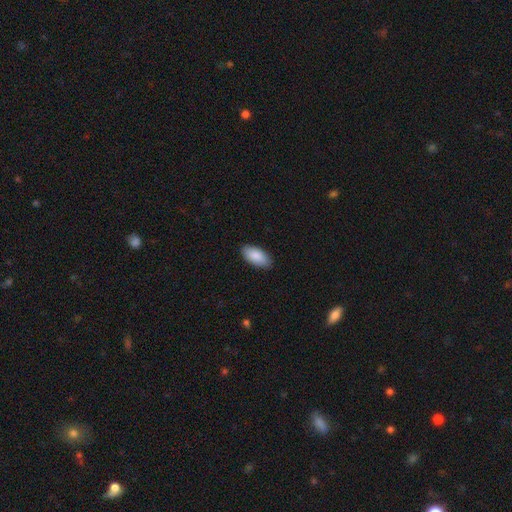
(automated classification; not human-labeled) Smooth or featured? Predicted: smooth (p=0.89). How rounded? Predicted: in between (p=0.94). Merging? Predicted: none (p=0.88).